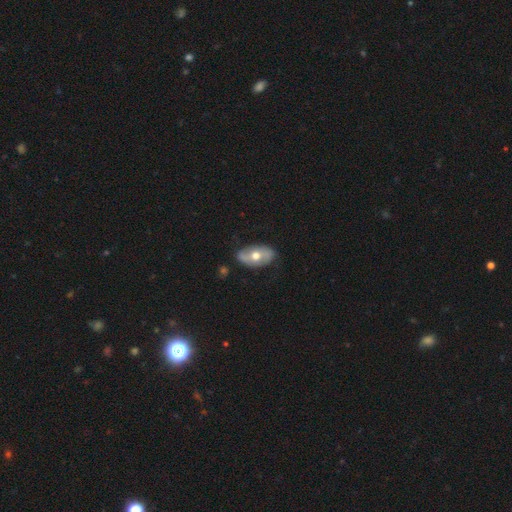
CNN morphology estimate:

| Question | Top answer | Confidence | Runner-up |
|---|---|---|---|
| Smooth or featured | featured or disk | 49% | smooth (45%) |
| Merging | none | 75% | minor disturbance (19%) |